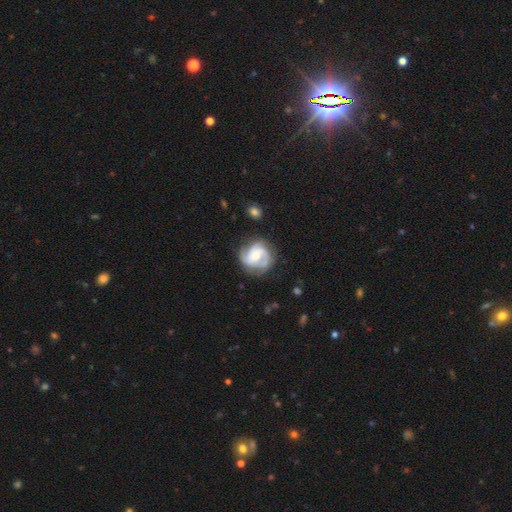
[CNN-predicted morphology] Q: Smooth or featured?
A: featured or disk (83%); runner-up: smooth (13%)
Q: Edge-on disk?
A: no (98%); runner-up: yes (2%)
Q: Bar?
A: no (53%); runner-up: weak (35%)
Q: Spiral arms?
A: yes (95%); runner-up: no (5%)
Q: Spiral winding?
A: tight (43%); tied with: medium (43%)
Q: Spiral arm count?
A: 2 (50%); runner-up: 3 (28%)
Q: Bulge size?
A: moderate (59%); runner-up: small (36%)
Q: Merging?
A: none (72%); runner-up: minor disturbance (19%)